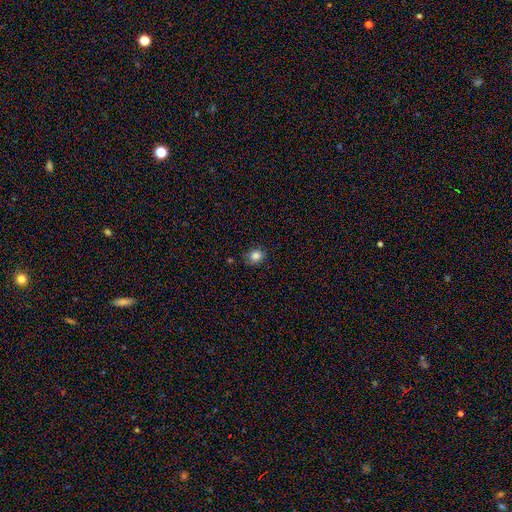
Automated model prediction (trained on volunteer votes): This appears to be a smooth galaxy with no disk features (84%) that is round (66%). Merging: none (82%).